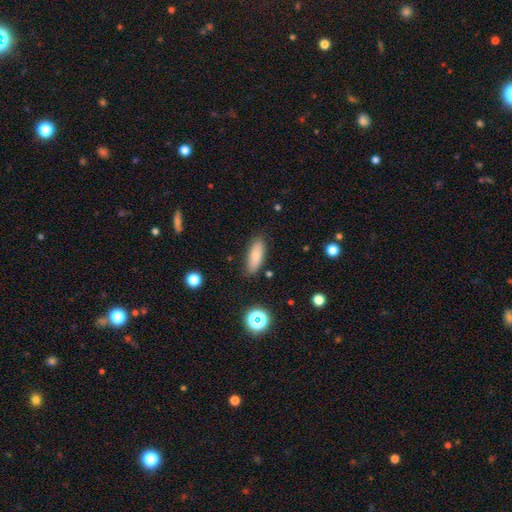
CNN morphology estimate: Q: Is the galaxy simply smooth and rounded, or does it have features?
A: smooth — 80%.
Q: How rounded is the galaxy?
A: in between — 68%.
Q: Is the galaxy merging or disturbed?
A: none — 83%.